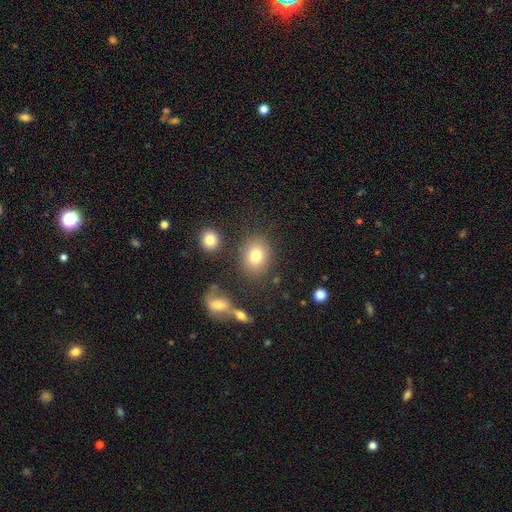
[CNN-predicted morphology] smooth 78%, star or artifact 11%, featured or disk 11%. Down the decision tree: how rounded — round (50%); merging — none (78%).